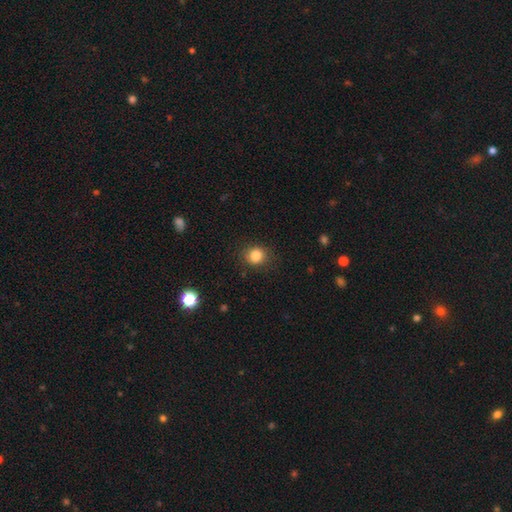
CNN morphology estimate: smooth-or-featured: smooth: 84% | star or artifact: 11% | featured or disk: 5%
  how-rounded: round: 81% | in between: 18% | cigar-shaped: 1%
  merging: none: 86% | minor disturbance: 10% | major disturbance: 3% | merger: 1%